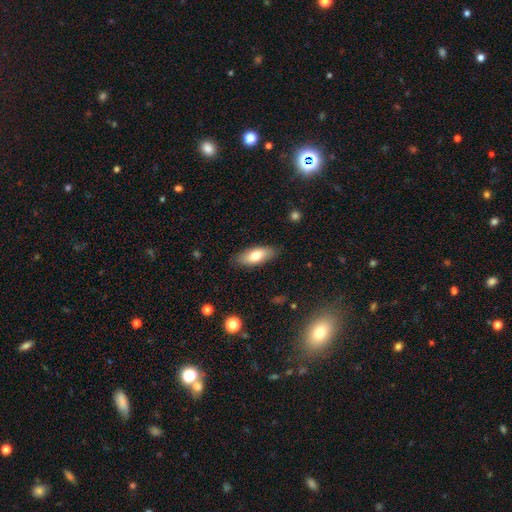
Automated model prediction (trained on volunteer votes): Morphology: type=smooth (76%); roundness=in between (77%); merging=none (86%).